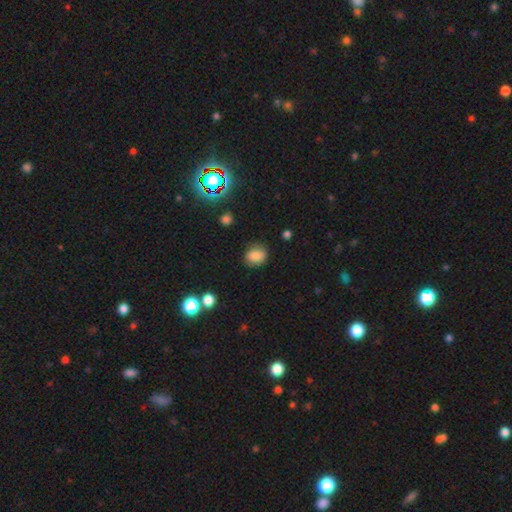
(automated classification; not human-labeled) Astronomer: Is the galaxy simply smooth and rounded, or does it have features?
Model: smooth — 81%.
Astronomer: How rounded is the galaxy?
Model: in between — 50% (runner-up: round, 49%).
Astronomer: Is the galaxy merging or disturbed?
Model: none — 73%.